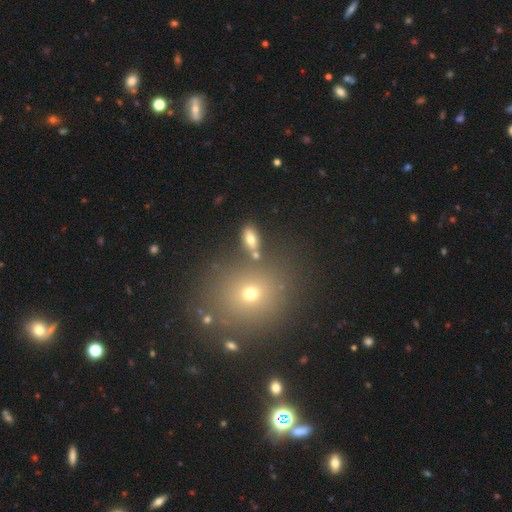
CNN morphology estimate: This is likely a smooth galaxy (63%). How rounded: possibly in between (49%). Merging: likely none (75%).